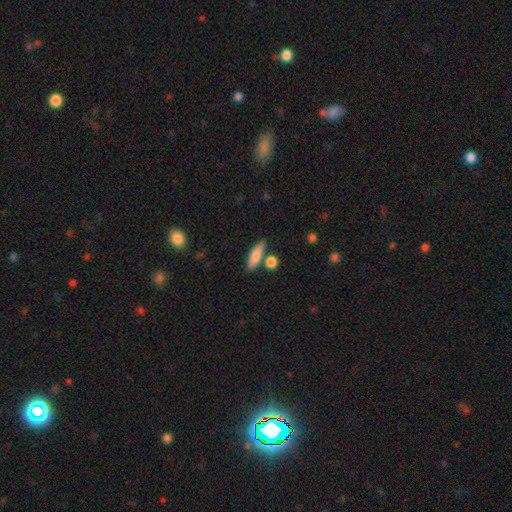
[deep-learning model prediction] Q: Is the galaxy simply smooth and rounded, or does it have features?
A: smooth — 77%.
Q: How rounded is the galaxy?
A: cigar-shaped — 58%.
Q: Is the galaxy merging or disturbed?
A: none — 72%.